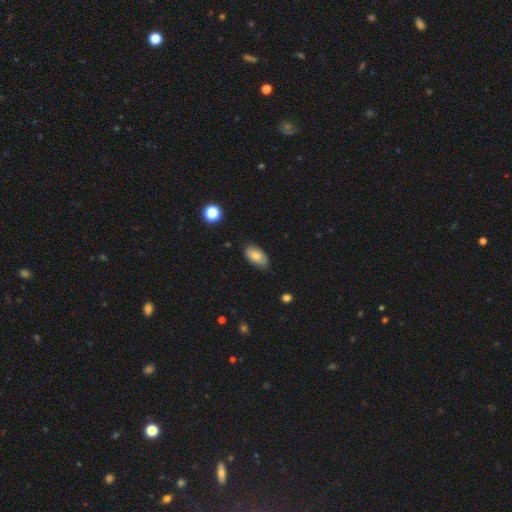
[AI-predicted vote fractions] Overall: smooth (78%). How rounded: in between (94%). Merging: none (74%).